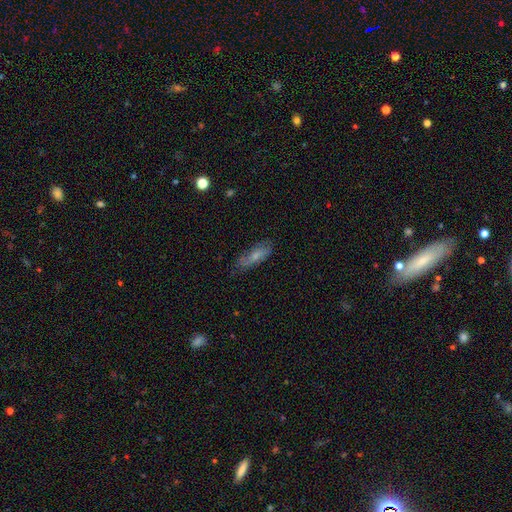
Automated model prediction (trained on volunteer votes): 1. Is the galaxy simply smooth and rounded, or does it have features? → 54% smooth, 38% featured or disk, 7% star or artifact.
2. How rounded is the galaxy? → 55% in between, 42% cigar-shaped, 3% round.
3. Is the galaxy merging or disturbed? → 72% none, 22% minor disturbance, 5% major disturbance, 2% merger.